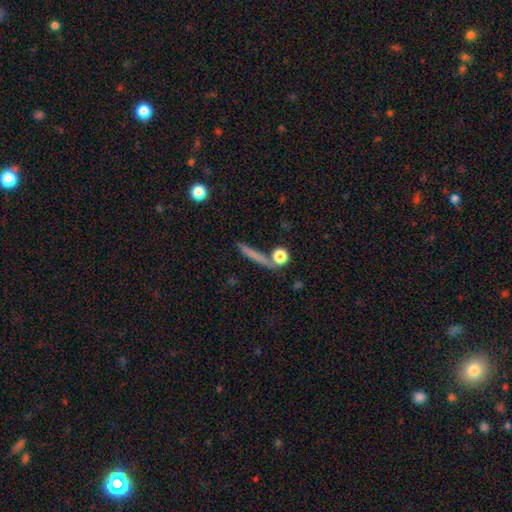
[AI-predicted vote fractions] Overall: smooth (64%; featured or disk 24%). How rounded: cigar-shaped (79%). Merging: none (72%).